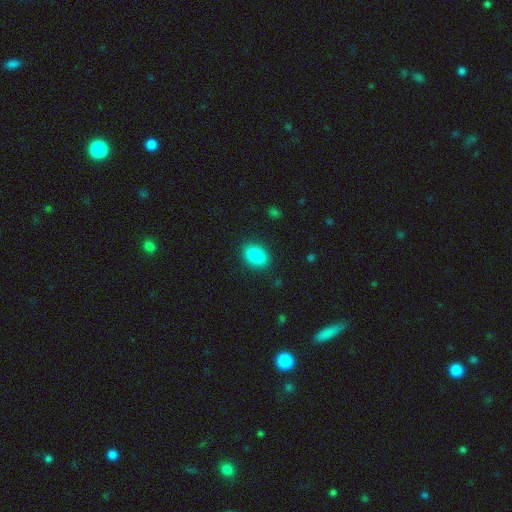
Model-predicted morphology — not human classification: smooth-or-featured: smooth: 87% | star or artifact: 8% | featured or disk: 5%
  how-rounded: in between: 83% | round: 16% | cigar-shaped: 2%
  merging: none: 88% | minor disturbance: 9% | major disturbance: 3% | merger: 1%